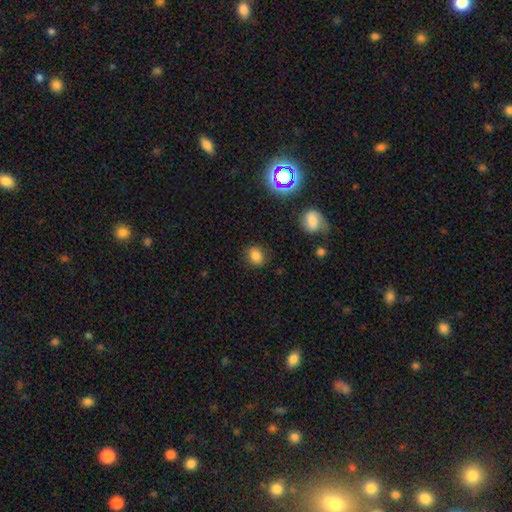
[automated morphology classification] smooth_or_featured: smooth (p=0.81) [alt: star or artifact p=0.13]
how_rounded: round (p=0.54) [alt: in between p=0.45]
merging: none (p=0.82) [alt: minor disturbance p=0.12]